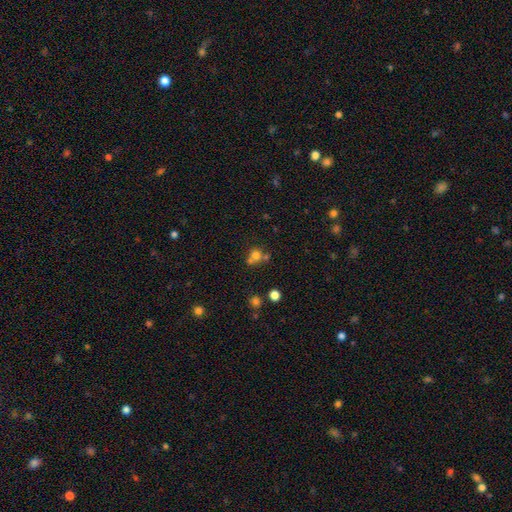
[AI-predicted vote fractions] smooth_or_featured: smooth (p=0.69) [alt: star or artifact p=0.16]
how_rounded: round (p=0.72) [alt: in between p=0.27]
merging: none (p=0.40) [alt: merger p=0.38]